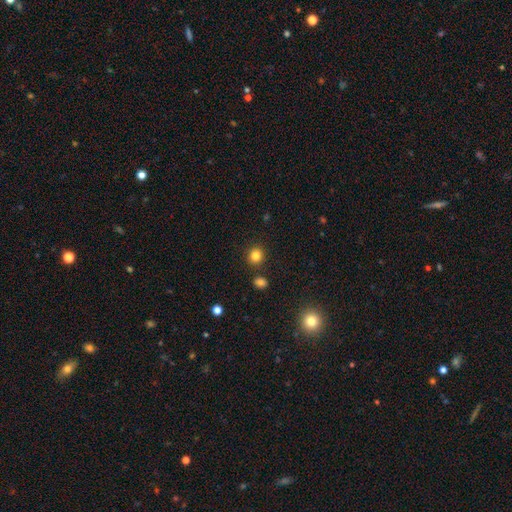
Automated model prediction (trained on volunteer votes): Smooth or featured: smooth — 83% (star or artifact — 12%)
How rounded: round — 87% (in between — 12%)
Merging: none — 87% (minor disturbance — 6%)